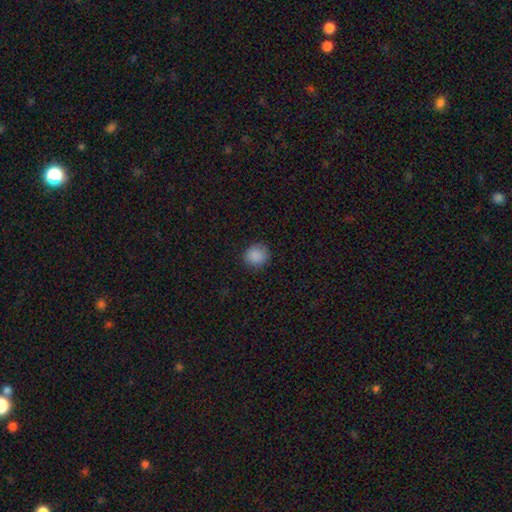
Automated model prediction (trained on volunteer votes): Morphology: type=smooth (88%); roundness=round (87%); merging=none (88%).